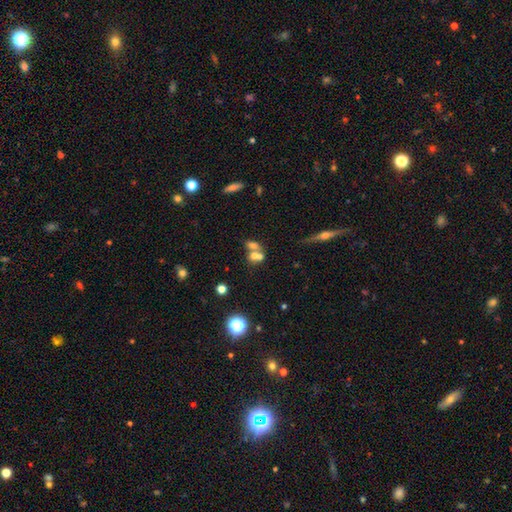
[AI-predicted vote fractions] smooth 58%, featured or disk 25%, star or artifact 17%. Down the decision tree: how rounded — round (53%); merging — merger (62%).